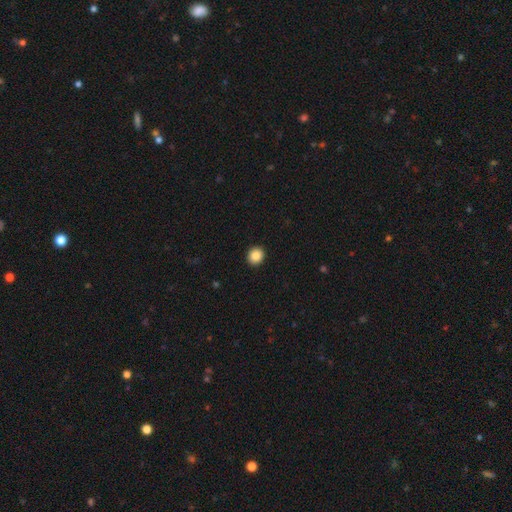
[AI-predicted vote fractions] A smooth galaxy with no disk features (87%) that is round (85%).

Vote fractions:
- Smooth or featured? smooth: 87% / star or artifact: 9% / featured or disk: 4%
- How rounded? round: 85% / in between: 14% / cigar-shaped: 1%
- Merging? none: 93% / minor disturbance: 4% / major disturbance: 2% / merger: 1%